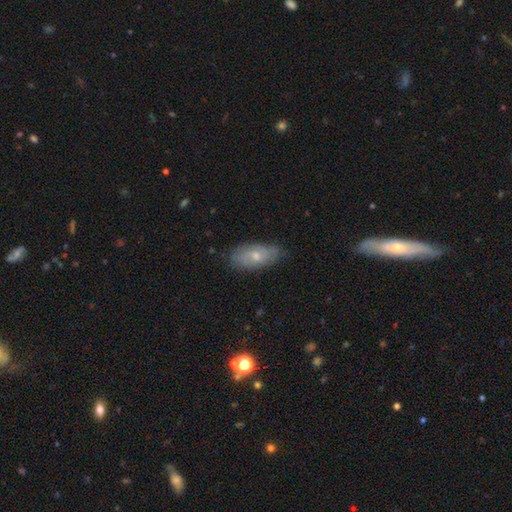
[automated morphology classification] smooth-or-featured: smooth: 56% | featured or disk: 37% | star or artifact: 7%
  how-rounded: in between: 89% | cigar-shaped: 8% | round: 4%
  merging: none: 75% | minor disturbance: 20% | major disturbance: 4% | merger: 1%